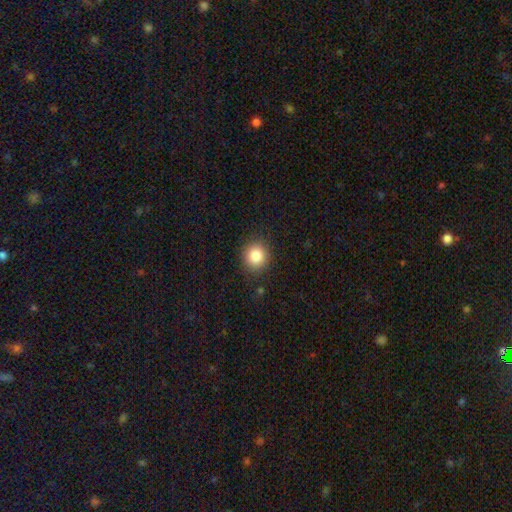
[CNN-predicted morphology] A smooth galaxy with no disk features (83%) that is round (88%).

Vote fractions:
- Smooth or featured? smooth: 83% / star or artifact: 10% / featured or disk: 6%
- How rounded? round: 88% / in between: 11% / cigar-shaped: 1%
- Merging? none: 88% / minor disturbance: 8% / major disturbance: 3% / merger: 1%